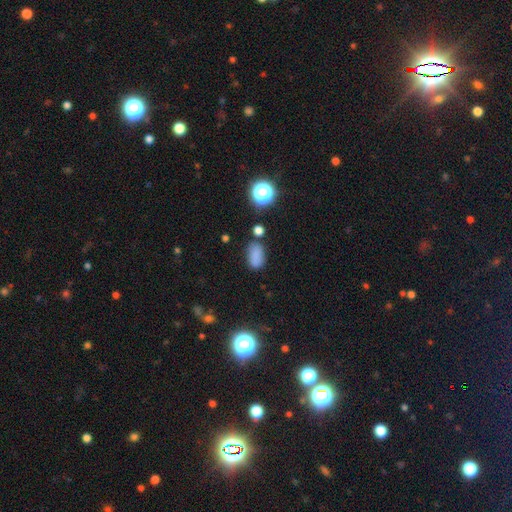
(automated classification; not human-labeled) Smooth or featured: smooth — 79% (star or artifact — 14%)
How rounded: in between — 87% (round — 11%)
Merging: none — 69% (minor disturbance — 18%)